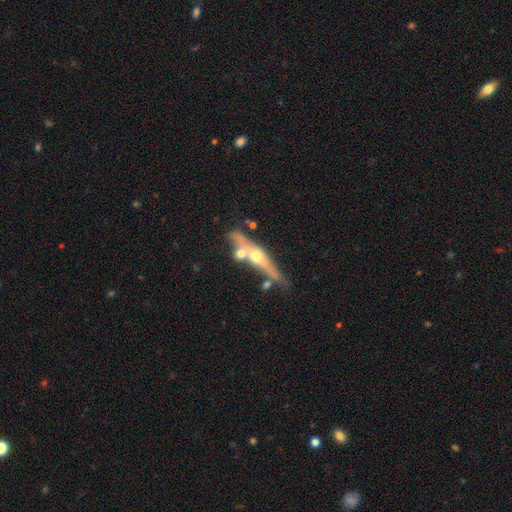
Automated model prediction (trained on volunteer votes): This appears to be a featured or disk galaxy (69%) viewed edge-on (88%) with a rounded central bulge (92%). Merging: none (58%).